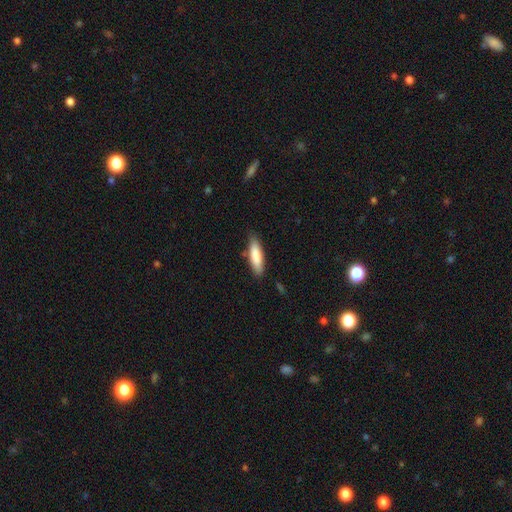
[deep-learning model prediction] smooth_or_featured: smooth (p=0.84) [alt: featured or disk p=0.10]
how_rounded: cigar-shaped (p=0.52) [alt: in between p=0.46]
merging: none (p=0.81) [alt: minor disturbance p=0.15]